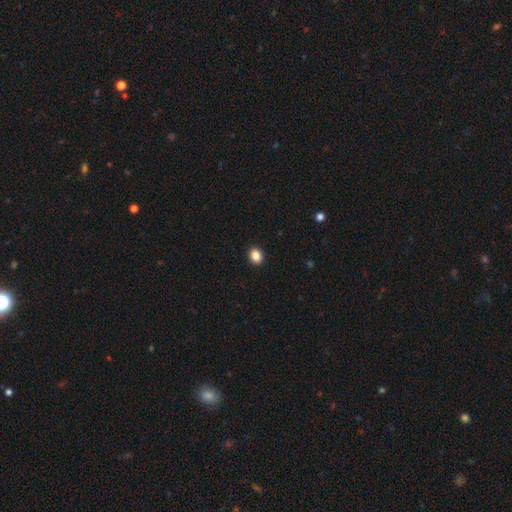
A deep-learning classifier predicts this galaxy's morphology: Overall: smooth (87%). How rounded: round (59%; in between 40%). Merging: none (92%).